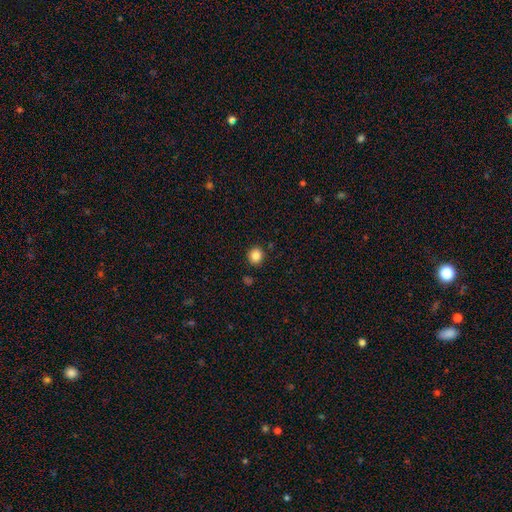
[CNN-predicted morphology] Smooth or featured?
  - smooth: 84% *
  - star or artifact: 11%
  - featured or disk: 5%
How rounded?
  - round: 87% *
  - in between: 12%
  - cigar-shaped: 1%
Merging?
  - none: 90% *
  - minor disturbance: 6%
  - merger: 2%
  - major disturbance: 2%